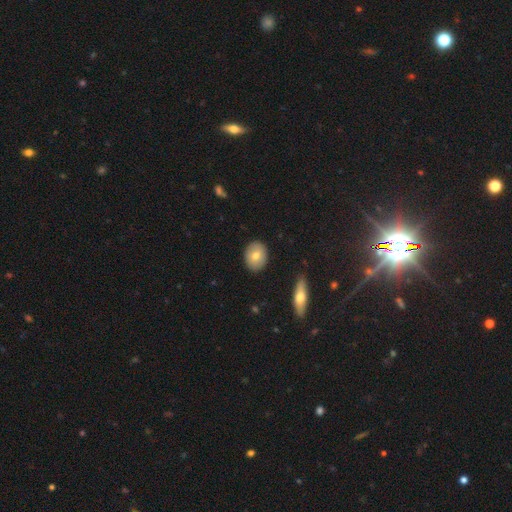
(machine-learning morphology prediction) This appears to be a smooth galaxy with no disk features (71%) that is in between round and cigar-shaped (52%). Merging: none (87%).